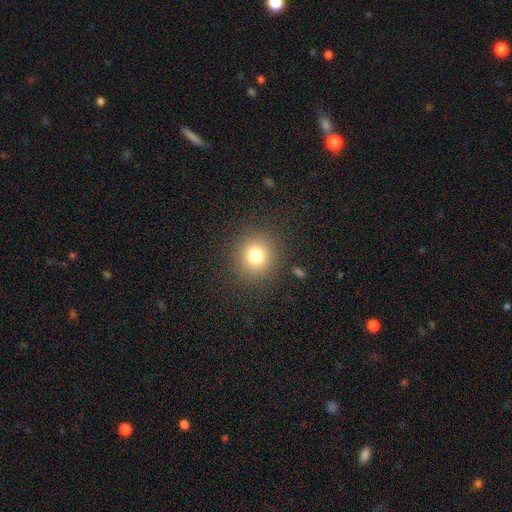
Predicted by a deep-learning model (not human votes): Smooth or featured?
  - smooth: 77% *
  - star or artifact: 14%
  - featured or disk: 9%
How rounded?
  - round: 91% *
  - in between: 8%
  - cigar-shaped: 1%
Merging?
  - none: 88% *
  - minor disturbance: 7%
  - major disturbance: 3%
  - merger: 1%